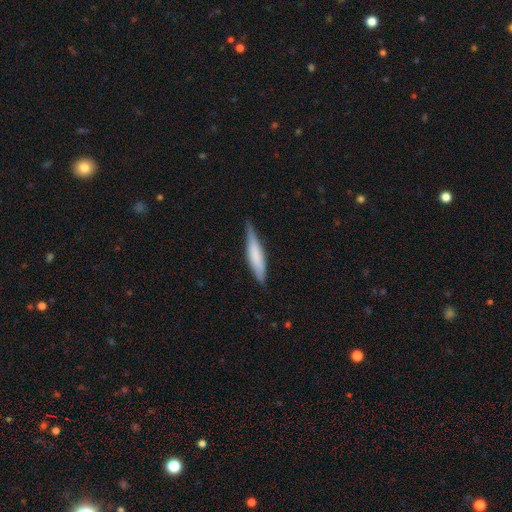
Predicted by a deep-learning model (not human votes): The model was most divided on "smooth or featured": smooth: 66%, featured or disk: 28%, star or artifact: 6%. More confident: how rounded — cigar-shaped (84%); merging — none (76%).